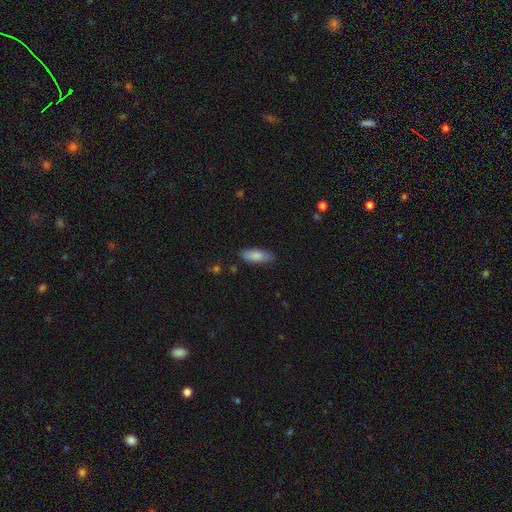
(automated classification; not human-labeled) smooth_or_featured: smooth (p=0.83) [alt: featured or disk p=0.11]
how_rounded: in between (p=0.75) [alt: cigar-shaped p=0.23]
merging: none (p=0.83) [alt: minor disturbance p=0.13]